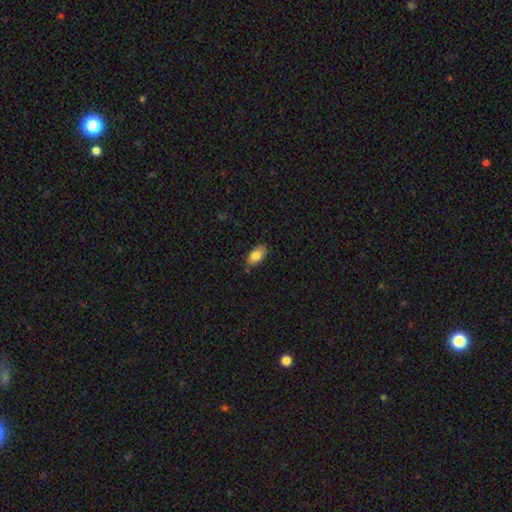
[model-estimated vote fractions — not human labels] Overall: smooth (83%). How rounded: in between (92%). Merging: none (77%).